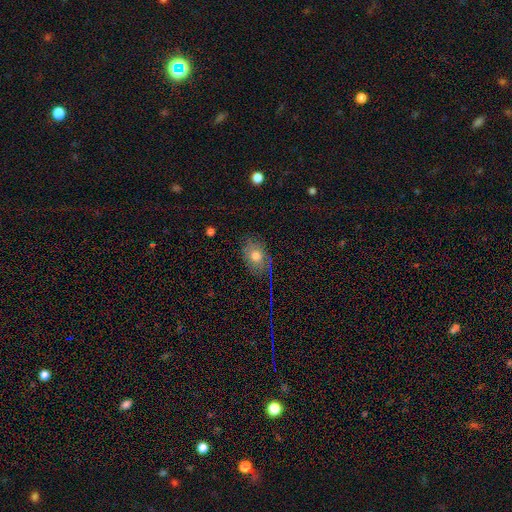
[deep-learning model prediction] smooth-or-featured: smooth: 68% | featured or disk: 17% | star or artifact: 15%
  how-rounded: in between: 73% | round: 25% | cigar-shaped: 2%
  merging: none: 74% | minor disturbance: 17% | major disturbance: 7% | merger: 2%